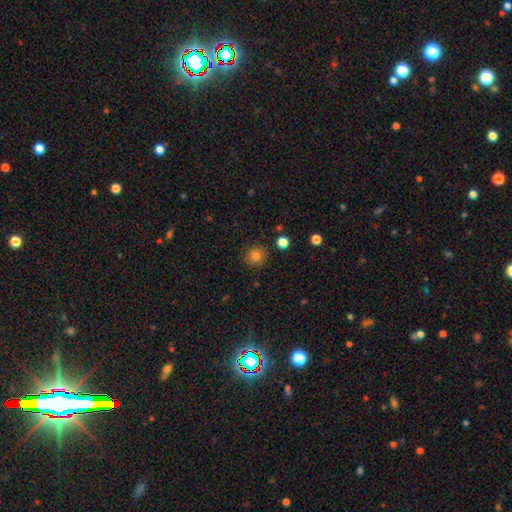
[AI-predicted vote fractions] This appears to be a smooth galaxy with no disk features (82%) that is round (91%). Merging: none (89%).